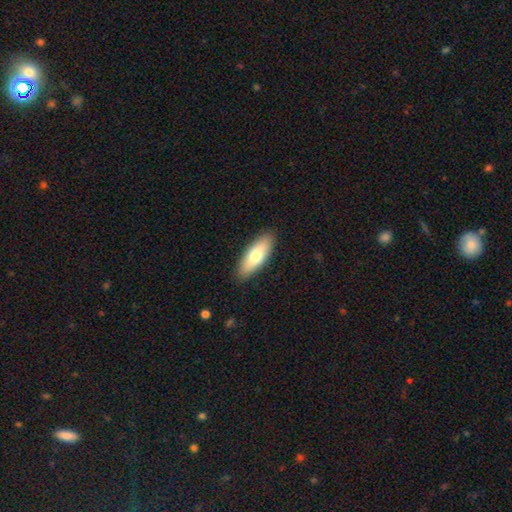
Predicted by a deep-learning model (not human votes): Morphology: type=smooth (74%); roundness=in between (68%); merging=none (89%).